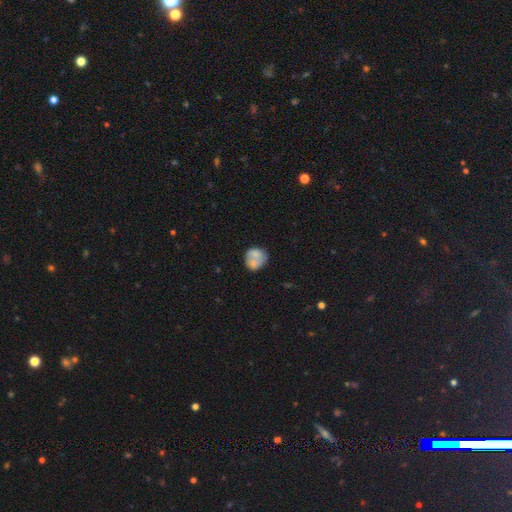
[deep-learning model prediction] Smooth or featured?
  - smooth: 69% *
  - featured or disk: 24%
  - star or artifact: 8%
How rounded?
  - round: 70% *
  - in between: 29%
  - cigar-shaped: 1%
Merging?
  - merger: 40% *
  - none: 38%
  - minor disturbance: 15%
  - major disturbance: 7%